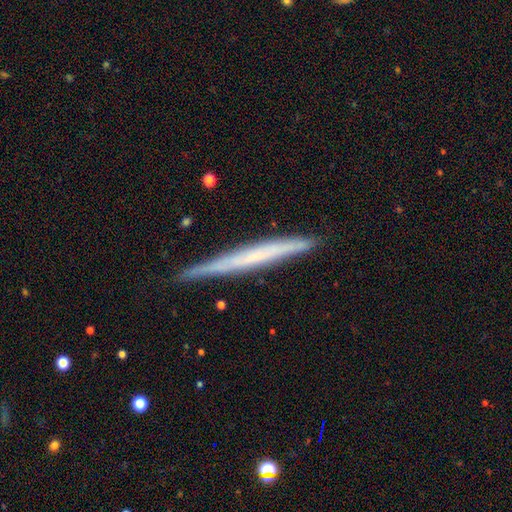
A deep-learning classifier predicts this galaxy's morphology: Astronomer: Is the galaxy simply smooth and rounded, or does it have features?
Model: featured or disk — 55% (runner-up: smooth, 38%).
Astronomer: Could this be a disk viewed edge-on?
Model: yes — 96%.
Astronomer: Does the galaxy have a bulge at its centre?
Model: none — 82%.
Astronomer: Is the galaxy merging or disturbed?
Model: none — 87%.